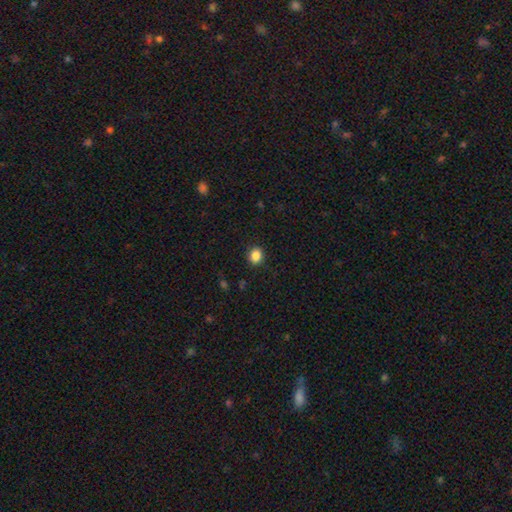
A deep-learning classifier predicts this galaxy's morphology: This is clearly a smooth galaxy (86%). How rounded: likely round (66%). Merging: clearly none (88%).